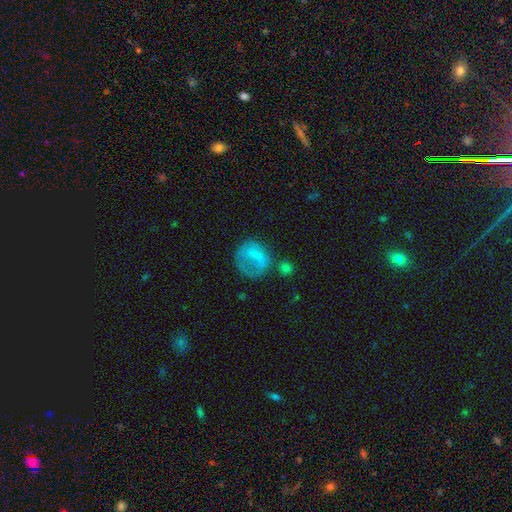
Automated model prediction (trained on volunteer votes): Overall: smooth (63%; featured or disk 25%). How rounded: round (68%; in between 31%). Merging: none (40%; major disturbance 31%).